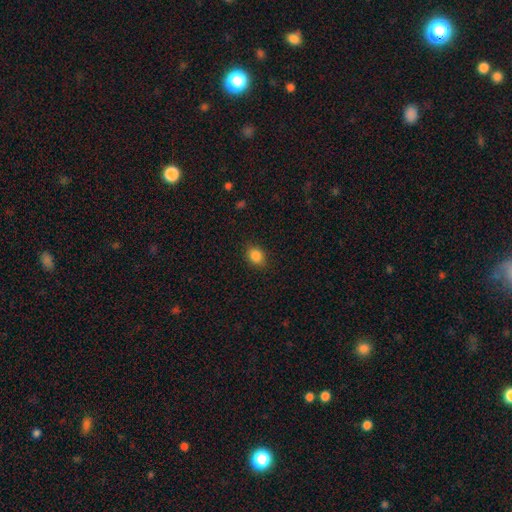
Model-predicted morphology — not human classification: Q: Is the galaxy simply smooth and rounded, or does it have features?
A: smooth — 85%.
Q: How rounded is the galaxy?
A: in between — 58%.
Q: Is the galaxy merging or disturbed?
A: none — 87%.